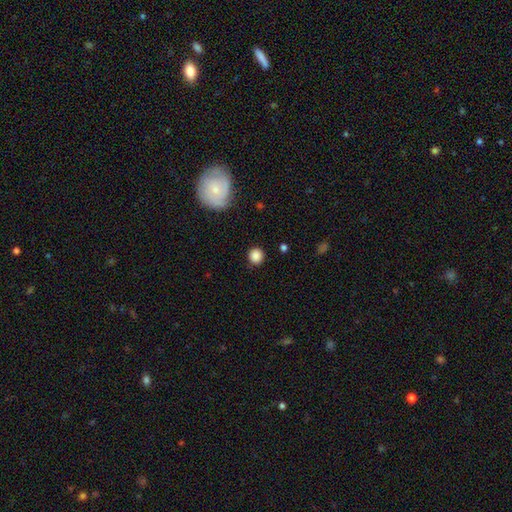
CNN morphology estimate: smooth-or-featured: smooth: 86% | star or artifact: 10% | featured or disk: 4%
  how-rounded: round: 90% | in between: 9% | cigar-shaped: 1%
  merging: none: 87% | minor disturbance: 8% | major disturbance: 3% | merger: 2%